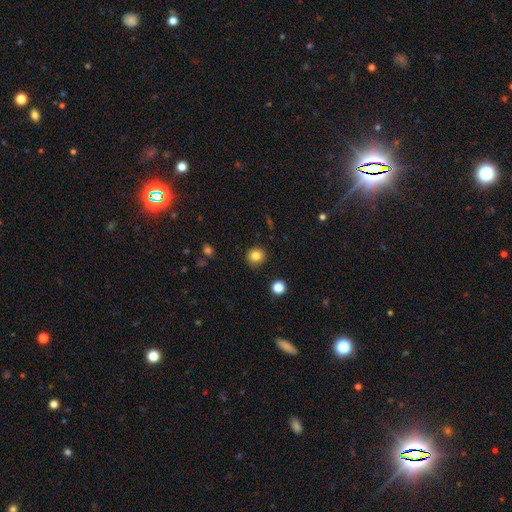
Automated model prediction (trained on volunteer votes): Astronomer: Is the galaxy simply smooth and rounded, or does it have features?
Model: smooth — 83%.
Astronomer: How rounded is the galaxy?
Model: round — 91%.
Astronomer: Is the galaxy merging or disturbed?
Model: none — 89%.